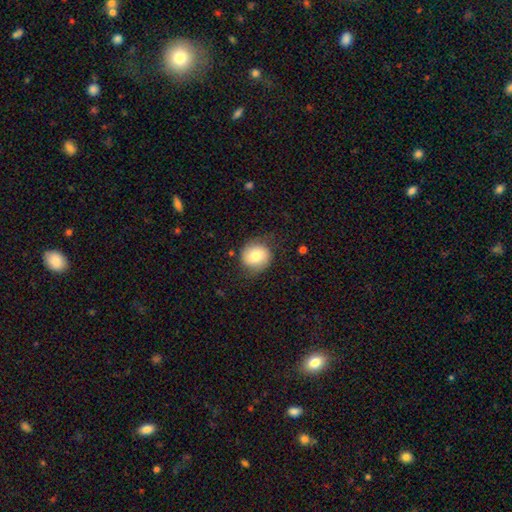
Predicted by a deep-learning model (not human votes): This is likely a smooth galaxy (69%). How rounded: clearly round (84%). Merging: likely none (72%).